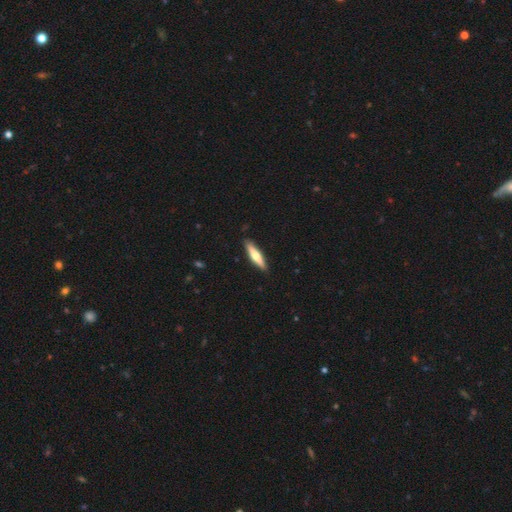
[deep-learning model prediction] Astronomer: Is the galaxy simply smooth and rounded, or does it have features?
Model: smooth — 55% (runner-up: featured or disk, 40%).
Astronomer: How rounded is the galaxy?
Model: cigar-shaped — 80%.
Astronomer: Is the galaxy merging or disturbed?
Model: none — 89%.